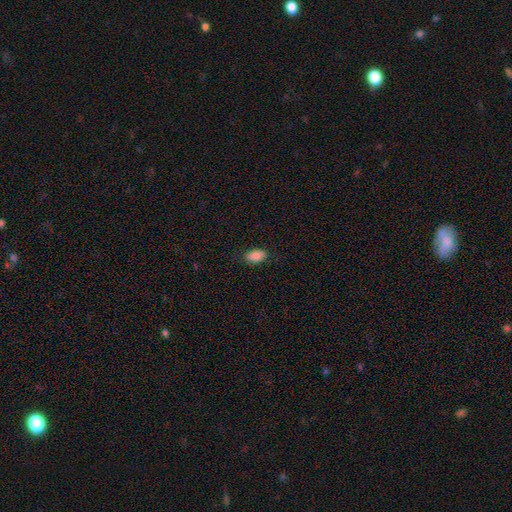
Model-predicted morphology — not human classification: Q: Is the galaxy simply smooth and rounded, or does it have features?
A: smooth — 87%.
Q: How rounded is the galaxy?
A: in between — 92%.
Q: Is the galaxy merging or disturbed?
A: none — 84%.